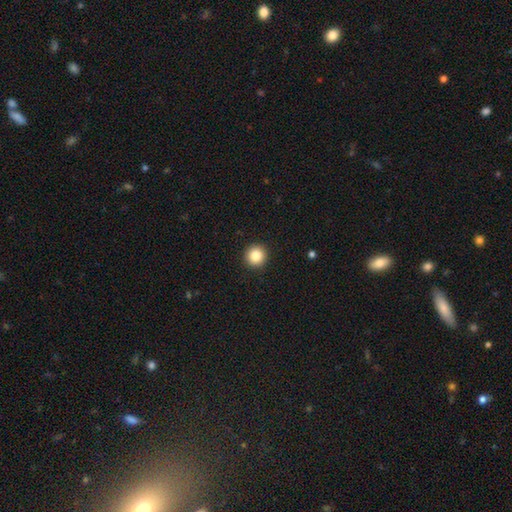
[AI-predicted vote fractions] smooth-or-featured: smooth: 85% | star or artifact: 10% | featured or disk: 5%
  how-rounded: round: 95% | in between: 4% | cigar-shaped: 1%
  merging: none: 93% | minor disturbance: 5% | major disturbance: 2% | merger: 1%